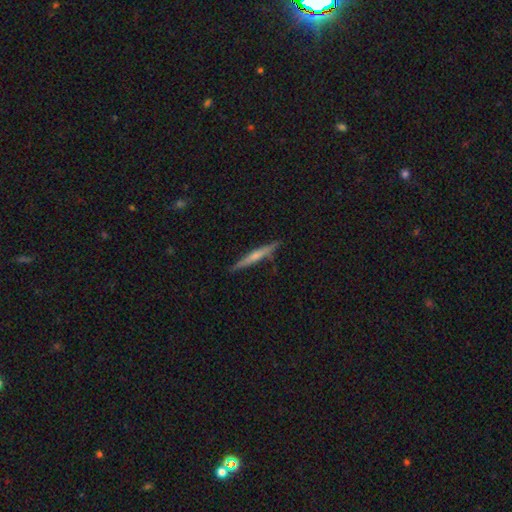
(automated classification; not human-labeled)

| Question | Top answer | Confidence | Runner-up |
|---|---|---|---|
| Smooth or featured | featured or disk | 52% | smooth (42%) |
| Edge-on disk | yes | 97% | no (3%) |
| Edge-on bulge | rounded | 51% | none (41%) |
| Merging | none | 87% | minor disturbance (9%) |